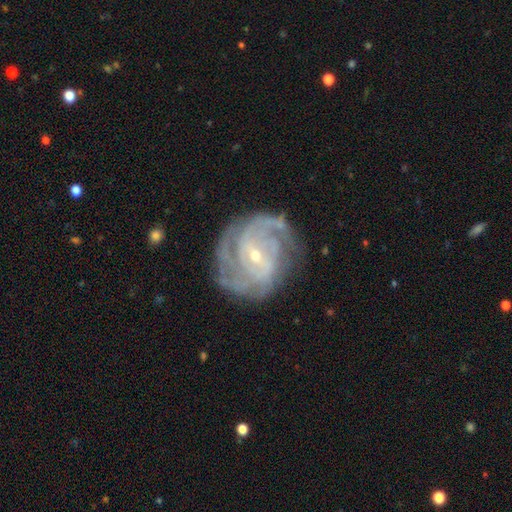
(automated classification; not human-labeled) This appears to be a featured or disk galaxy (89%) with a weak bar (46%), 2 (28%) tight (61%) spiral arms (97%) and a small central bulge (72%). Merging: none (73%).